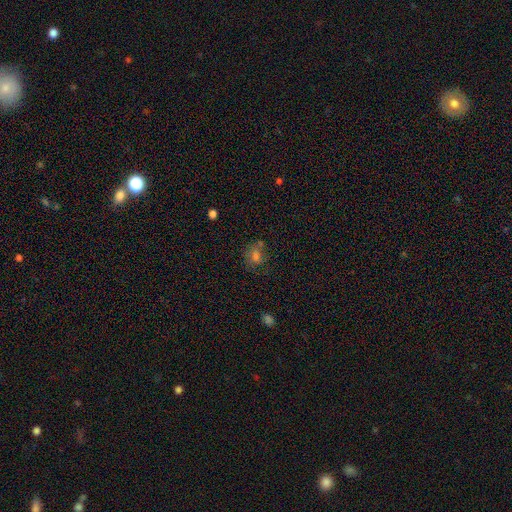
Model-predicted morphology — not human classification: Smooth or featured? Predicted: smooth (p=0.57). How rounded? Predicted: round (p=0.64). Merging? Predicted: none (p=0.63).